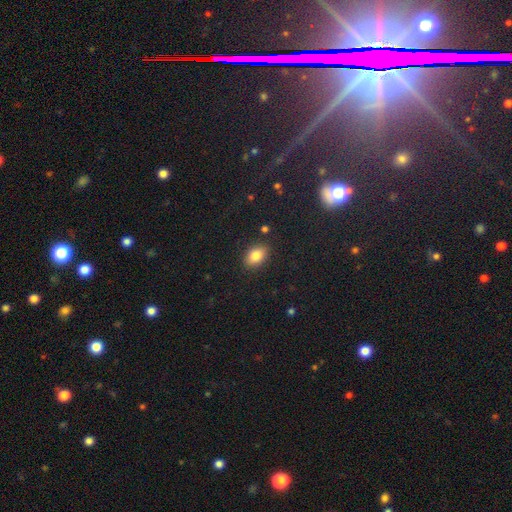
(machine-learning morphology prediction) This is clearly a smooth galaxy (83%). How rounded: clearly in between (85%). Merging: clearly none (87%).